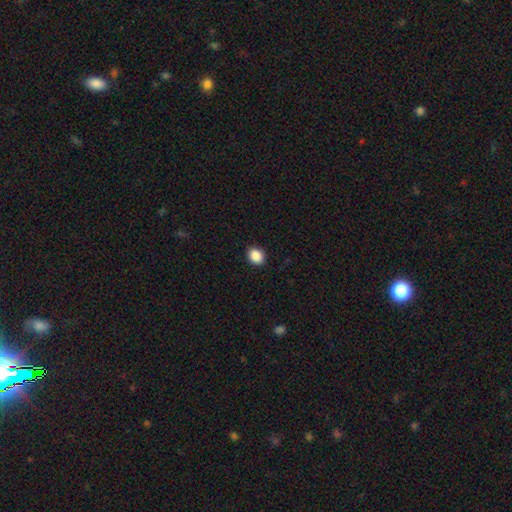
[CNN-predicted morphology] type=smooth (89%); roundness=round (58%); merging=none (91%).